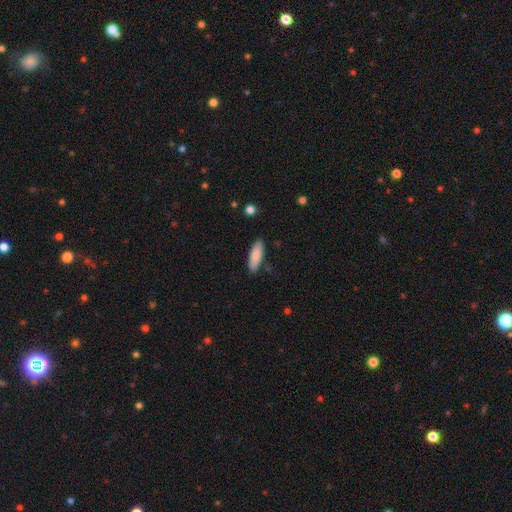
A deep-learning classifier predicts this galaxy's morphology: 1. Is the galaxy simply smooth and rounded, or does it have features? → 84% smooth, 10% featured or disk, 6% star or artifact.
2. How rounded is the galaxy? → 55% in between, 44% cigar-shaped, 2% round.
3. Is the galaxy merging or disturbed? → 85% none, 11% minor disturbance, 2% merger, 2% major disturbance.